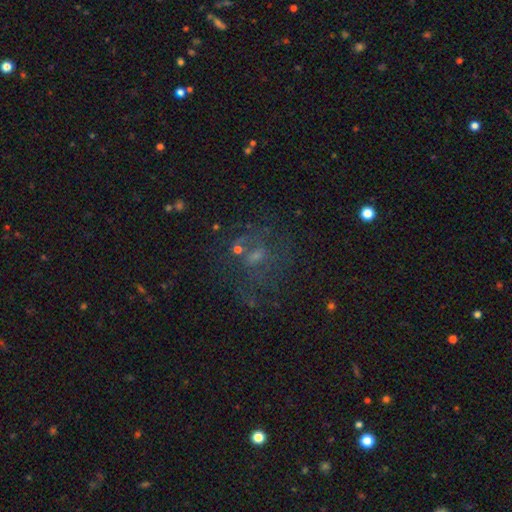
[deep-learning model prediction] A featured or disk galaxy (49%). Merging: none (55%).